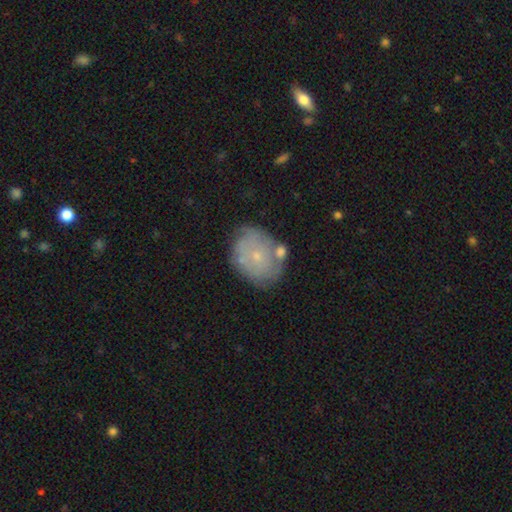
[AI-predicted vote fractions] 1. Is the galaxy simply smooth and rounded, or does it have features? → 47% smooth, 45% featured or disk, 8% star or artifact.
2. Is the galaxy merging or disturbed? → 63% none, 21% minor disturbance, 10% merger, 7% major disturbance.